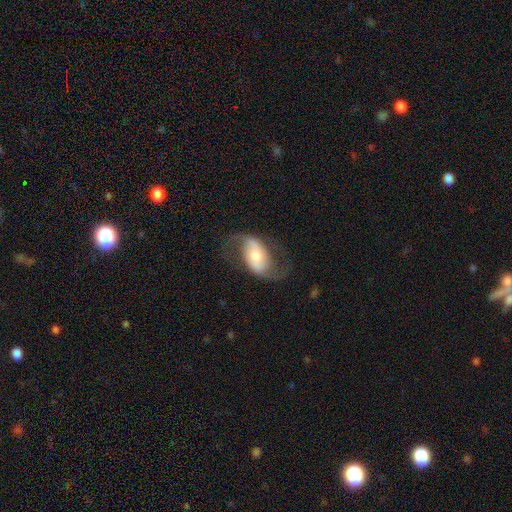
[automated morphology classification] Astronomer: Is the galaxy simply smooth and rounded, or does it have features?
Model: featured or disk — 76%.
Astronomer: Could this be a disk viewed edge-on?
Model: no — 95%.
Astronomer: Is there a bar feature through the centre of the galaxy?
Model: weak — 37% (runner-up: no, 34%).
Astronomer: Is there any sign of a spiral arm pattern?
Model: yes — 90%.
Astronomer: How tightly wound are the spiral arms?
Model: loose — 60%.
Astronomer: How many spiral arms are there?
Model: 2 — 91%.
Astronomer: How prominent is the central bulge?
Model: moderate — 57%.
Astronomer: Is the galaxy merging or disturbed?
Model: none — 68%.